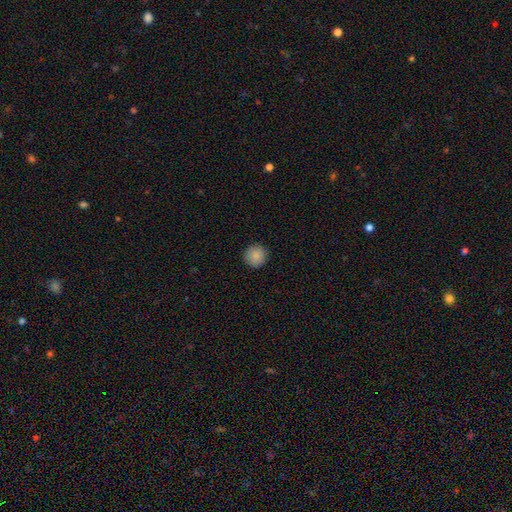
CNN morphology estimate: smooth-or-featured: smooth: 88% | star or artifact: 9% | featured or disk: 3%
  how-rounded: round: 95% | in between: 4% | cigar-shaped: 1%
  merging: none: 92% | minor disturbance: 5% | major disturbance: 2% | merger: 1%